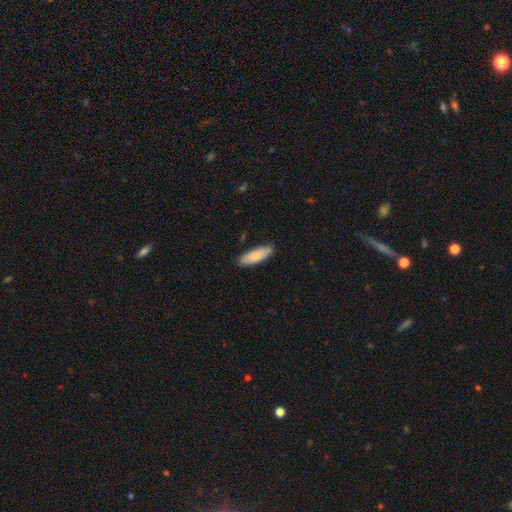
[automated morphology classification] Overall: smooth (80%). How rounded: in between (58%; cigar-shaped 40%). Merging: none (87%).